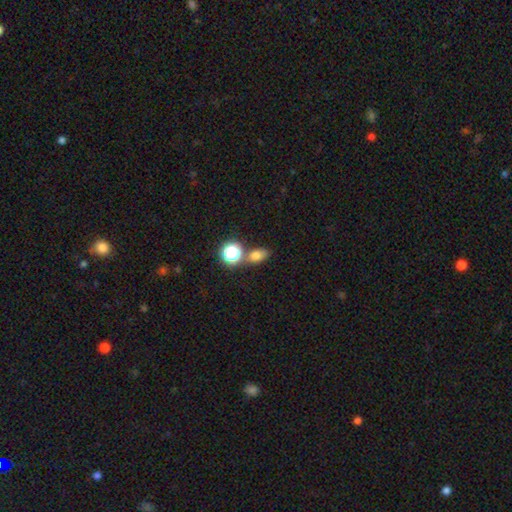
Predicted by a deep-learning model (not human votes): Smooth or featured? Predicted: smooth (p=0.70). How rounded? Predicted: in between (p=0.67). Merging? Predicted: none (p=0.66).